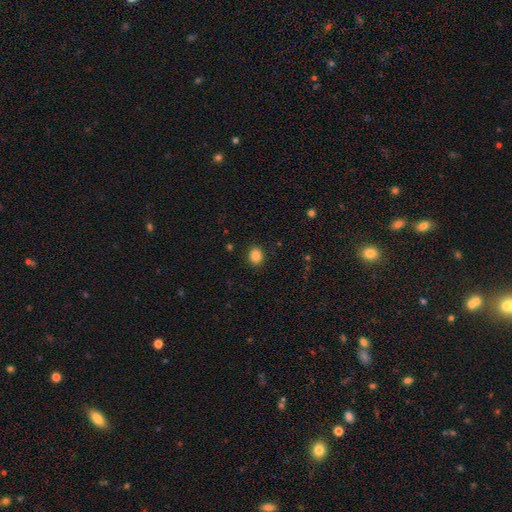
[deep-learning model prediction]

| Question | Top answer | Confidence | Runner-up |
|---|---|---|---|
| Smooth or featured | smooth | 85% | star or artifact (10%) |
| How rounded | round | 53% | in between (46%) |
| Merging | none | 89% | minor disturbance (7%) |